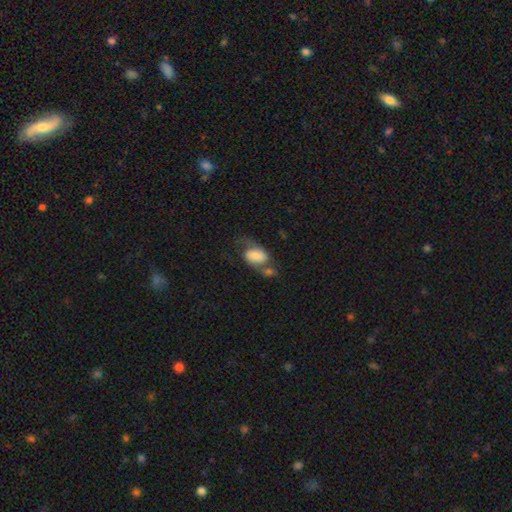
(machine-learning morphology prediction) Smooth or featured? Predicted: smooth (p=0.56). How rounded? Predicted: in between (p=0.83). Merging? Predicted: merger (p=0.29).